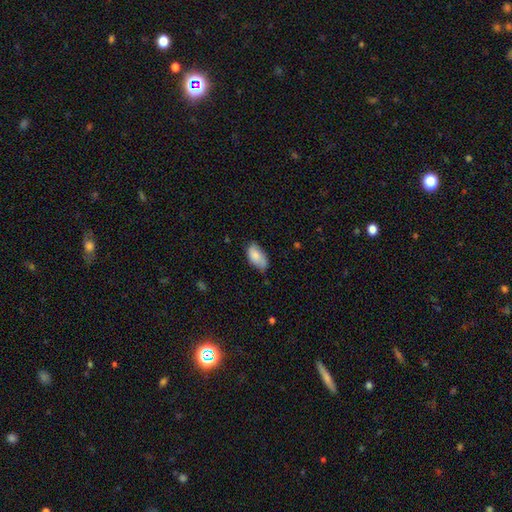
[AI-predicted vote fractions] Smooth or featured? Predicted: smooth (p=0.83). How rounded? Predicted: in between (p=0.94). Merging? Predicted: none (p=0.60).